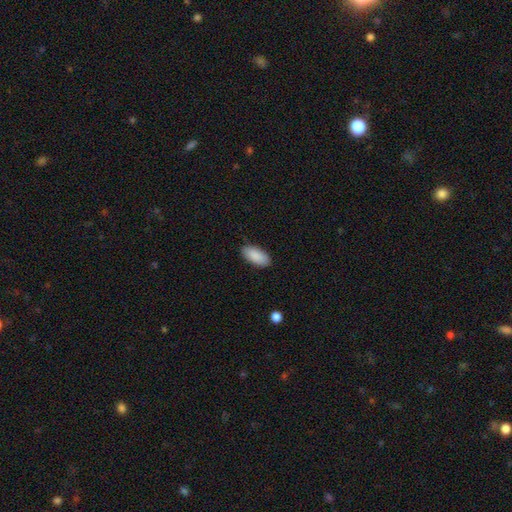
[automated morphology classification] smooth 90%, star or artifact 6%, featured or disk 4%. Down the decision tree: how rounded — in between (92%); merging — none (87%).